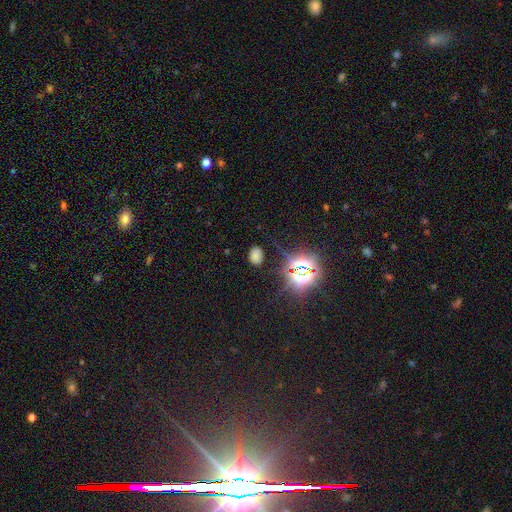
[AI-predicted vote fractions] A smooth galaxy with no disk features (59%) that is in between round and cigar-shaped (78%).

Vote fractions:
- Smooth or featured? smooth: 59% / star or artifact: 33% / featured or disk: 7%
- How rounded? in between: 78% / round: 21% / cigar-shaped: 2%
- Merging? none: 81% / minor disturbance: 13% / major disturbance: 5% / merger: 2%